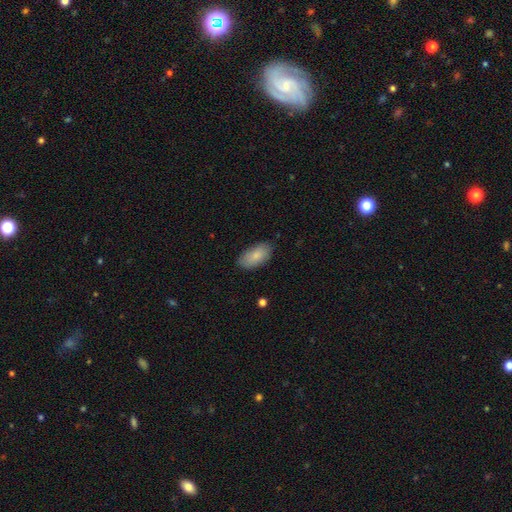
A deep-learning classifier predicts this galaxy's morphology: Q: Smooth or featured?
A: smooth (84%); runner-up: featured or disk (10%)
Q: How rounded?
A: in between (94%); runner-up: cigar-shaped (4%)
Q: Merging?
A: none (83%); runner-up: minor disturbance (13%)